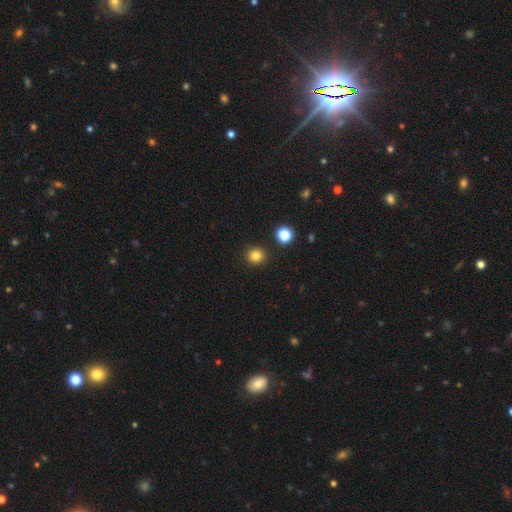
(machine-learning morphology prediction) Smooth or featured? smooth (82%)
How rounded? round (89%)
Merging? none (90%)